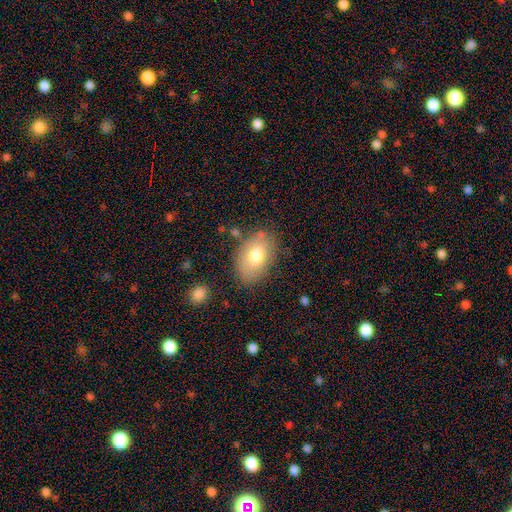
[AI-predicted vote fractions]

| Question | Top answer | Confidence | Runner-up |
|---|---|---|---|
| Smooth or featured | smooth | 73% | featured or disk (19%) |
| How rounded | in between | 89% | round (10%) |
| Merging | none | 78% | minor disturbance (15%) |